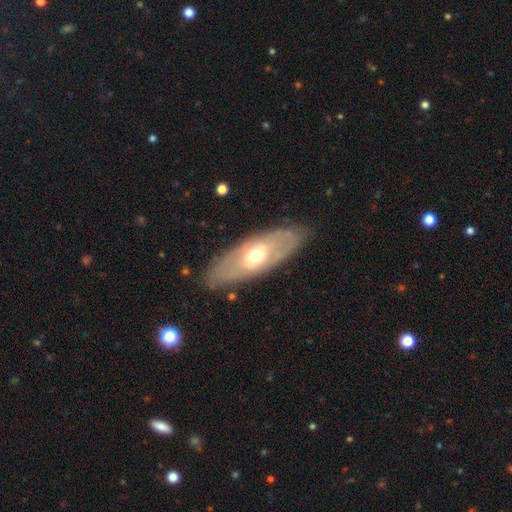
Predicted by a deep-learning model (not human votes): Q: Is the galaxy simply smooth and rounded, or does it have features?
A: featured or disk — 55%.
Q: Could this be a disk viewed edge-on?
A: no — 74%.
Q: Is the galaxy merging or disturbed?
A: none — 82%.